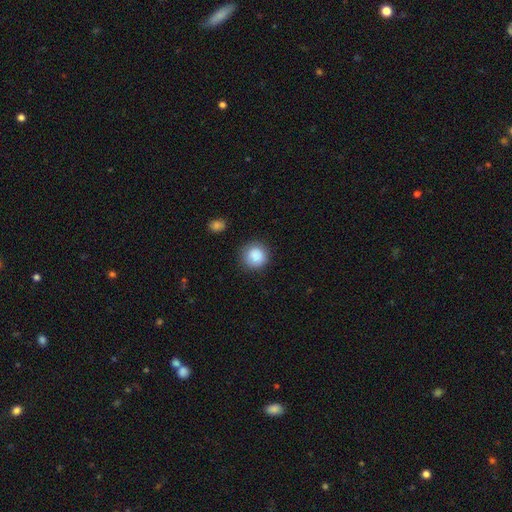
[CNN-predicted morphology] smooth 87%, star or artifact 8%, featured or disk 4%. Down the decision tree: how rounded — round (93%); merging — none (85%).